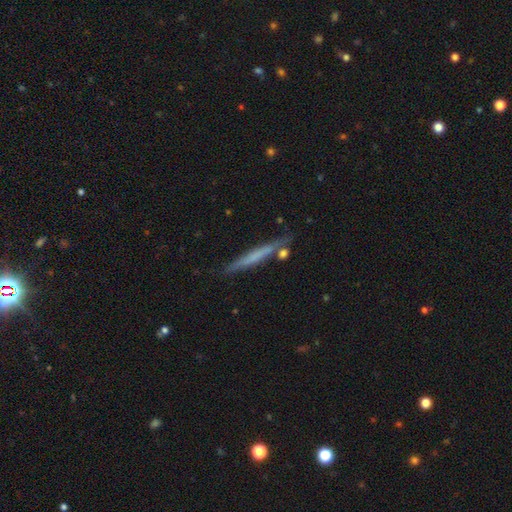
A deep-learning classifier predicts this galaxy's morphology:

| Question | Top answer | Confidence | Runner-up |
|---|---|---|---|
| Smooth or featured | smooth | 50% | featured or disk (43%) |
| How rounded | cigar-shaped | 95% | in between (3%) |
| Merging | none | 79% | minor disturbance (12%) |